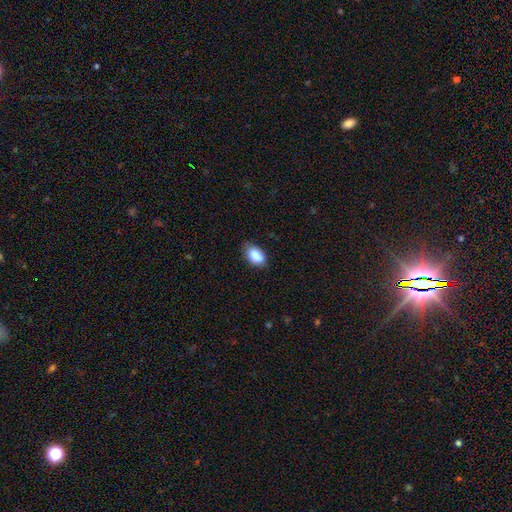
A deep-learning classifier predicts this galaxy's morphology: A smooth galaxy with no disk features (87%) that is in between round and cigar-shaped (91%). Merging: none (77%).